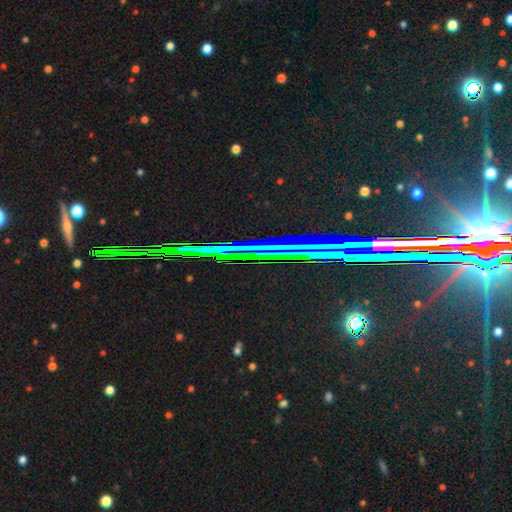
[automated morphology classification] smooth_or_featured: star or artifact (p=0.76) [alt: featured or disk p=0.16]